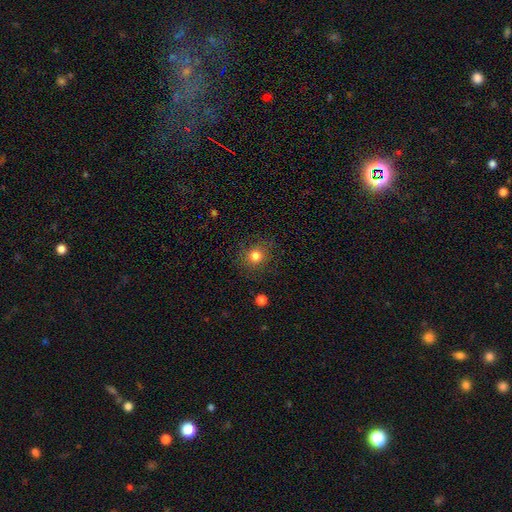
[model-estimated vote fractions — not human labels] A smooth galaxy with no disk features (80%) that is round (87%).

Vote fractions:
- Smooth or featured? smooth: 80% / star or artifact: 12% / featured or disk: 7%
- How rounded? round: 87% / in between: 12% / cigar-shaped: 1%
- Merging? none: 85% / minor disturbance: 10% / major disturbance: 4% / merger: 1%